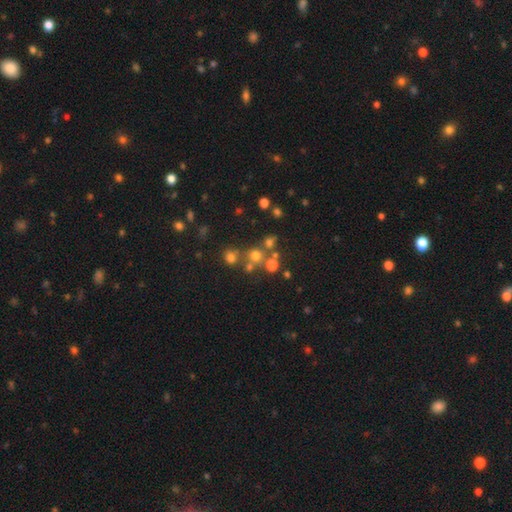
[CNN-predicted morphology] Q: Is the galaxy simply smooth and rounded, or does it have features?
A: smooth — 59%.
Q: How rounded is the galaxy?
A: round — 89%.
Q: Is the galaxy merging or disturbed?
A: none — 61%.